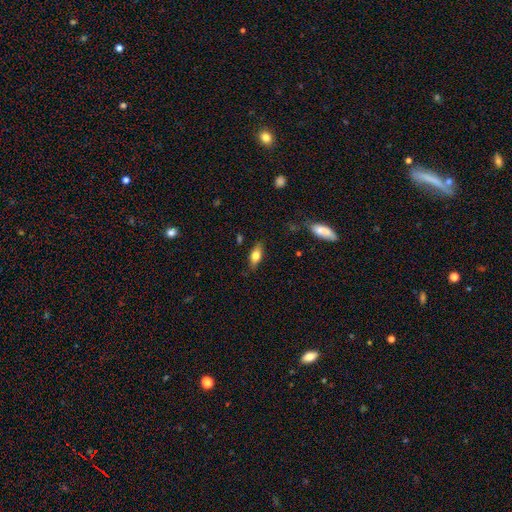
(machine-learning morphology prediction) Smooth or featured: smooth — 67% (featured or disk — 26%)
How rounded: in between — 78% (cigar-shaped — 18%)
Merging: none — 82% (minor disturbance — 13%)